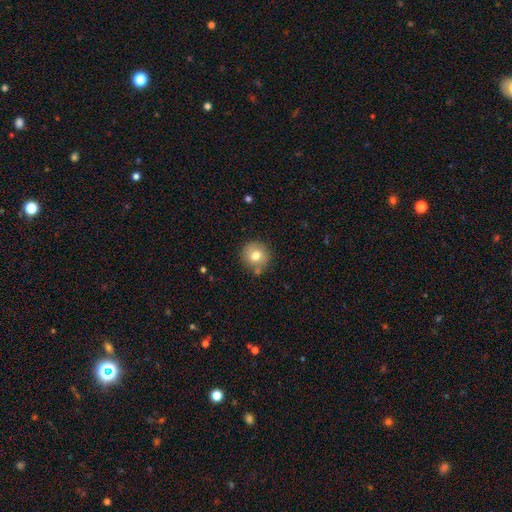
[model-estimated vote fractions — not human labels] Morphology: type=smooth (76%); roundness=round (91%); merging=none (79%).